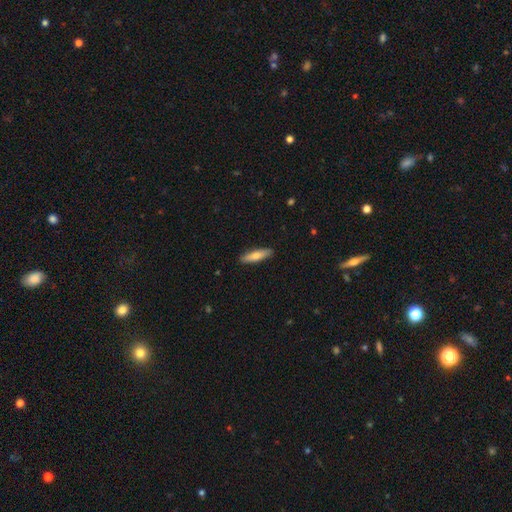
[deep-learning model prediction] Smooth or featured? Predicted: smooth (p=0.74). How rounded? Predicted: cigar-shaped (p=0.72). Merging? Predicted: none (p=0.90).